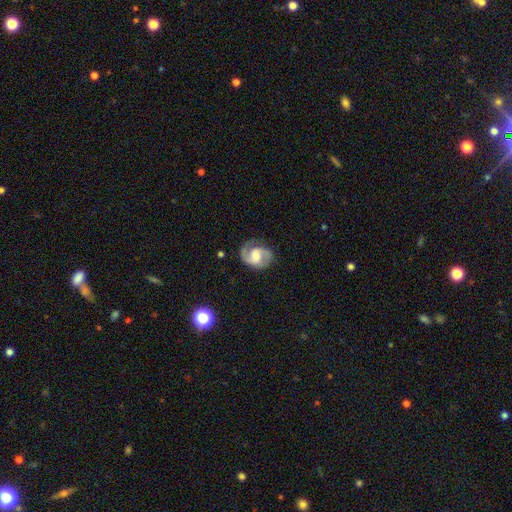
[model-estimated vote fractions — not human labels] A featured or disk galaxy (82%) with a weak bar (47%), 2 (87%) medium (54%) spiral arms (96%) and a moderate central bulge (58%).

Vote fractions:
- Smooth or featured? featured or disk: 82% / smooth: 12% / star or artifact: 6%
- Edge-on disk? no: 98% / yes: 2%
- Bar? weak: 47% / no: 40% / strong: 12%
- Spiral arms? yes: 96% / no: 4%
- Spiral winding? medium: 54% / tight: 25% / loose: 22%
- Spiral arm count? 2: 87% / 1: 6% / can't tell: 4% / 3: 2% / 4: 1% / more than 4: 1%
- Bulge size? moderate: 58% / small: 26% / large: 11% / none: 4% / dominant: 1%
- Merging? none: 76% / minor disturbance: 16% / major disturbance: 6% / merger: 1%